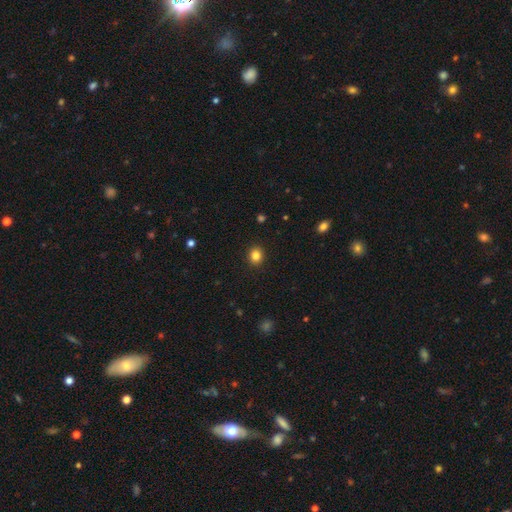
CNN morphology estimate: smooth-or-featured: smooth: 84% | star or artifact: 12% | featured or disk: 5%
  how-rounded: round: 78% | in between: 21% | cigar-shaped: 1%
  merging: none: 91% | minor disturbance: 6% | major disturbance: 2% | merger: 1%